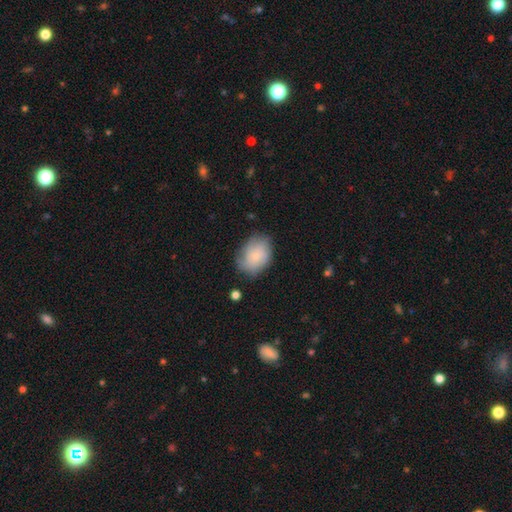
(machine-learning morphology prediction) Overall: smooth (61%; featured or disk 30%). How rounded: in between (70%). Merging: none (68%).